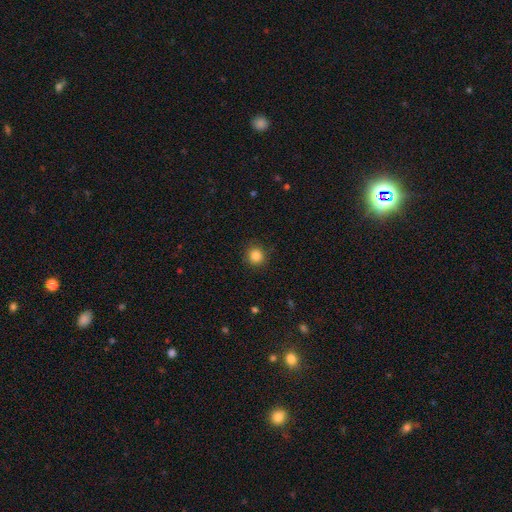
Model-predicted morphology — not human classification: type=smooth (84%); roundness=round (92%); merging=none (90%).